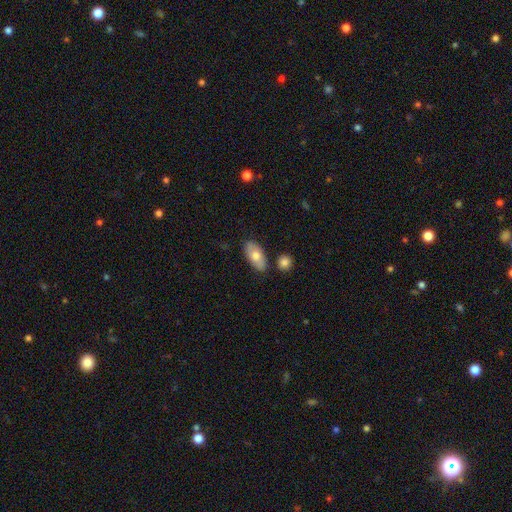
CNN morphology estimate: Overall: smooth (70%). How rounded: in between (91%). Merging: none (78%).